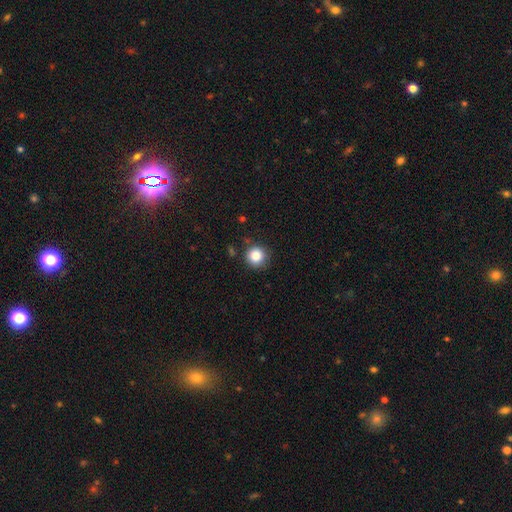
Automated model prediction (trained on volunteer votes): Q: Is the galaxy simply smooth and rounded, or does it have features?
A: smooth — 85%.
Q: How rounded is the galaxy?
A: round — 94%.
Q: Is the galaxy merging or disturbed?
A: none — 85%.